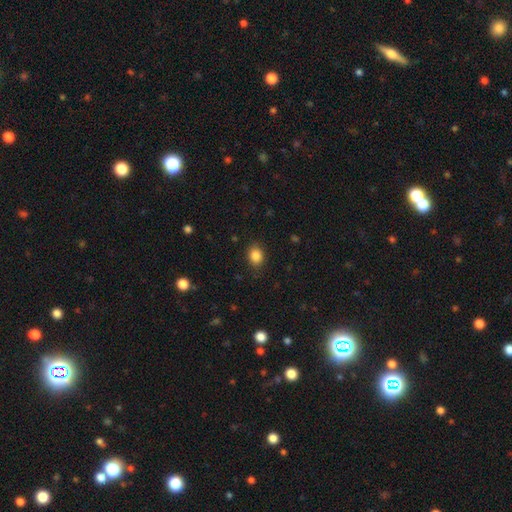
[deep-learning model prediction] This is clearly a smooth galaxy (86%). How rounded: possibly in between (53%). Merging: clearly none (85%).